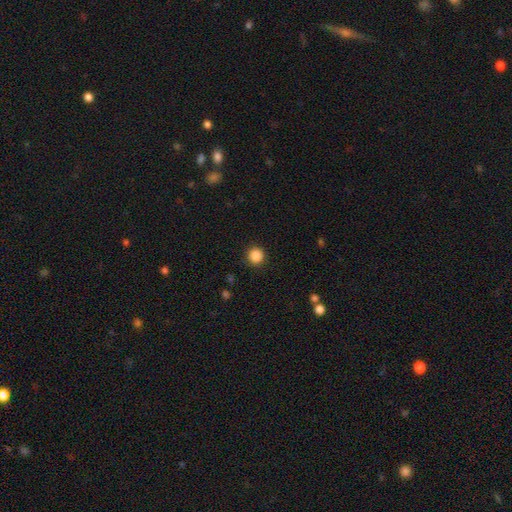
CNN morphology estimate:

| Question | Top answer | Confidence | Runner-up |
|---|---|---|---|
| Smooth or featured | smooth | 86% | star or artifact (11%) |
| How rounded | round | 95% | in between (4%) |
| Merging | none | 91% | minor disturbance (6%) |